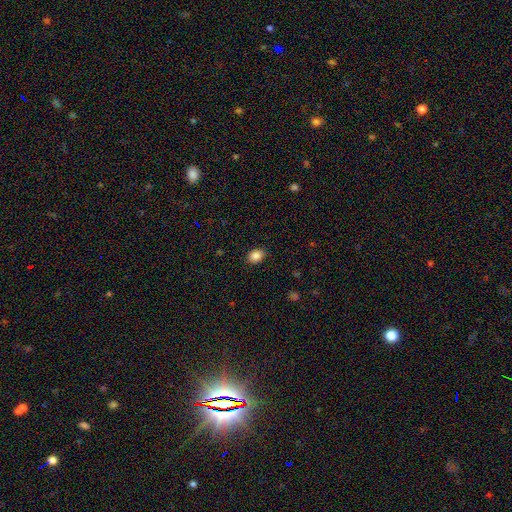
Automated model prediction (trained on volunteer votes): Smooth or featured? smooth (86%)
How rounded? in between (61%)
Merging? none (89%)